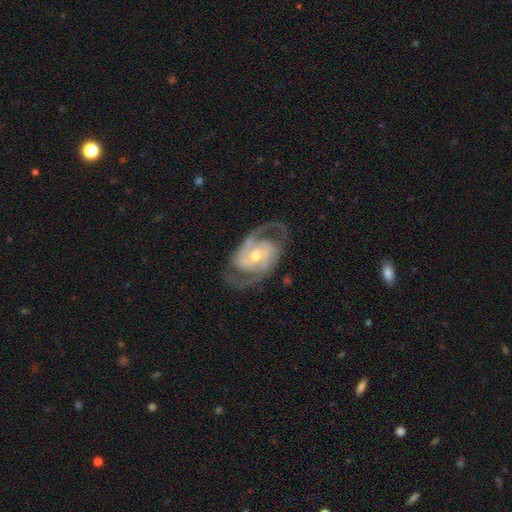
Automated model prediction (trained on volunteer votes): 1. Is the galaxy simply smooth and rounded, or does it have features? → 91% featured or disk, 5% smooth, 4% star or artifact.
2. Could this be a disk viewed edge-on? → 97% no, 3% yes.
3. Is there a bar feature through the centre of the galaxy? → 44% no, 39% weak, 17% strong.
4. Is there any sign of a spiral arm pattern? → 97% yes, 3% no.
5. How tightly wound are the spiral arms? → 52% medium, 33% tight, 14% loose.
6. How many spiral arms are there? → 87% 2, 4% 3, 4% can't tell, 2% 1, 1% 4, 1% more than 4.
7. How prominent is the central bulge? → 61% moderate, 33% small, 3% large, 1% none, 1% dominant.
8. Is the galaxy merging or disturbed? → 75% none, 14% minor disturbance, 9% major disturbance, 1% merger.